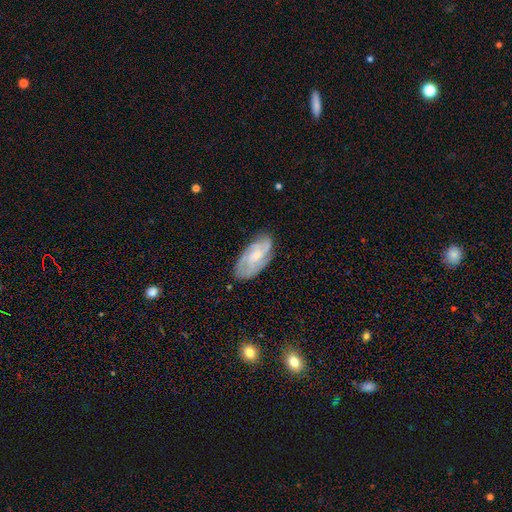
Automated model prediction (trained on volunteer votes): smooth_or_featured: featured or disk (p=0.69) [alt: smooth p=0.24]
disk_edge_on: no (p=0.95) [alt: yes p=0.05]
bar: no (p=0.63) [alt: weak p=0.32]
has_spiral_arms: yes (p=0.92) [alt: no p=0.08]
spiral_winding: tight (p=0.46) [alt: medium p=0.40]
spiral_arm_count: can't tell (p=0.30) [tied with: 3 p=0.30]
bulge_size: small (p=0.50) [alt: moderate p=0.34]
merging: none (p=0.76) [alt: minor disturbance p=0.18]